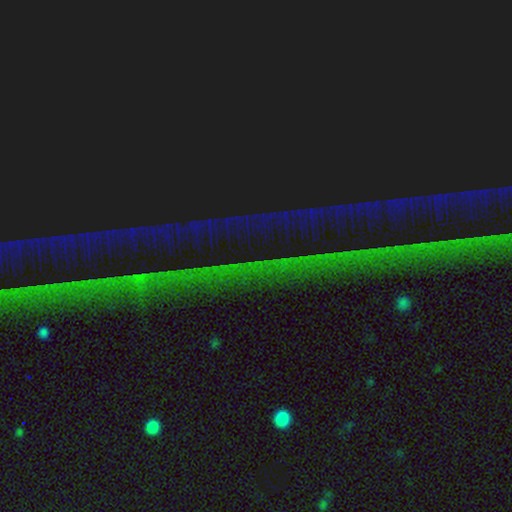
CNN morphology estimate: smooth_or_featured: star or artifact (p=0.86) [alt: featured or disk p=0.08]